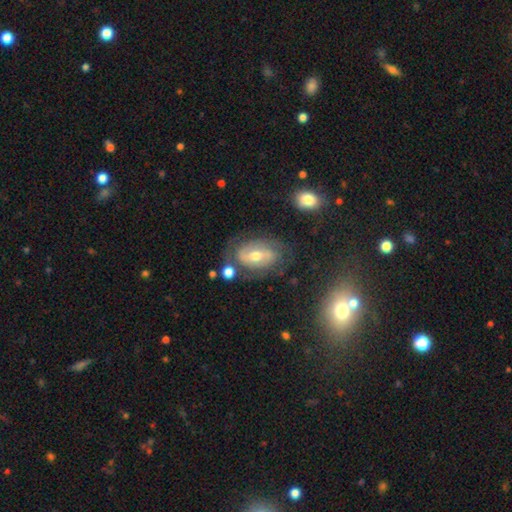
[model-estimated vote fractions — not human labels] The model was most divided on "bar": weak: 39%, no: 37%, strong: 24%. Remaining: edge-on disk — no (94%); spiral arms — yes (79%); smooth or featured — featured or disk (70%); bulge size — moderate (68%); spiral arm count — 2 (67%); merging — none (64%); spiral winding — tight (47%).